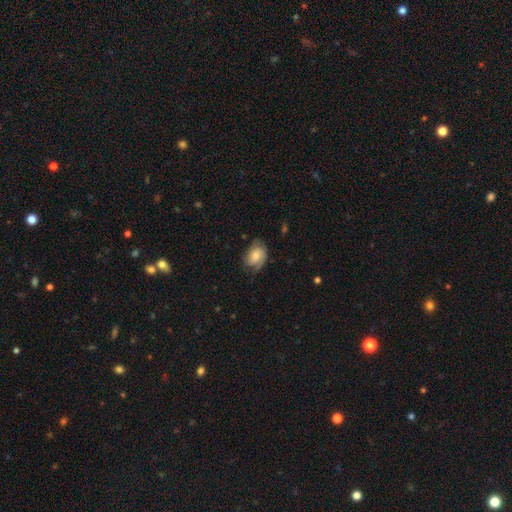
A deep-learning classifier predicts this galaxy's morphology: type=smooth (48%); merging=none (59%).